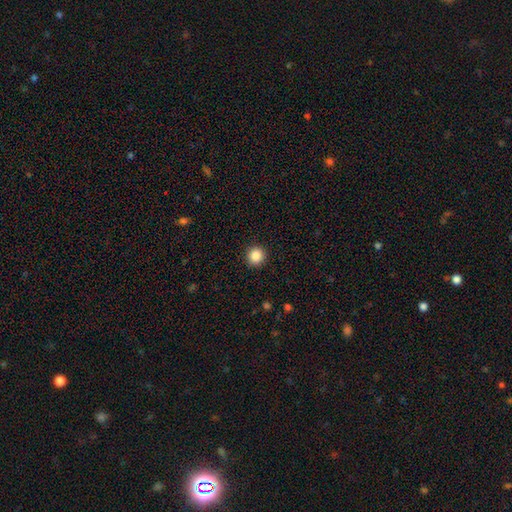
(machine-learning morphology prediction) smooth 87%, star or artifact 10%, featured or disk 3%. Down the decision tree: how rounded — round (95%); merging — none (92%).